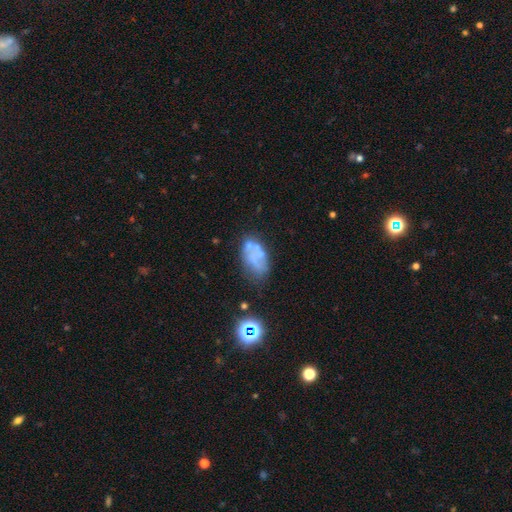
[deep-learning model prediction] This is marginally a featured or disk galaxy (43%, tied with smooth). Merging: marginally none (38%).